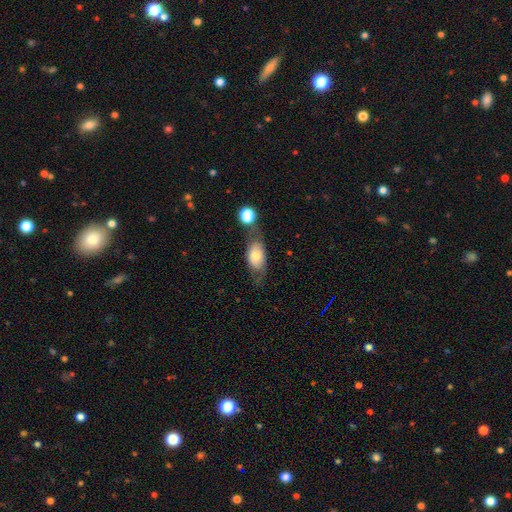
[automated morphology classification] Smooth or featured? smooth (68%)
How rounded? in between (83%)
Merging? none (45%)